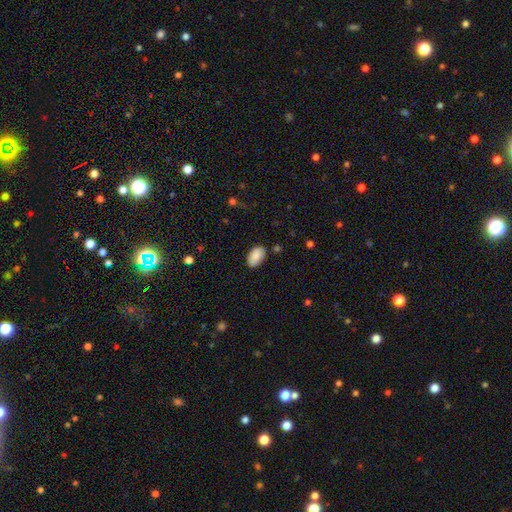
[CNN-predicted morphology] type=smooth (88%); roundness=in between (94%); merging=none (81%).